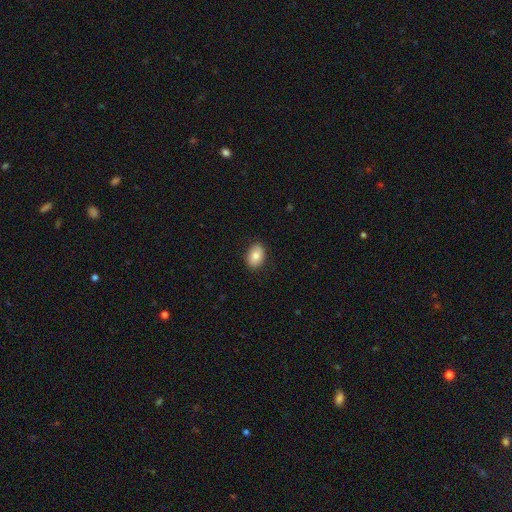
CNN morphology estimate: This appears to be a smooth galaxy with no disk features (81%) that is in between round and cigar-shaped (80%). Merging: none (87%).